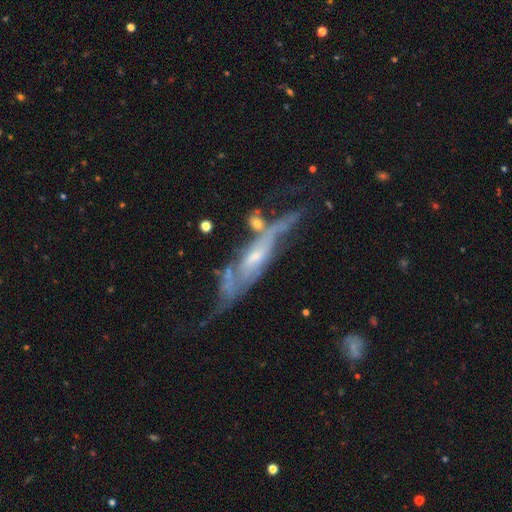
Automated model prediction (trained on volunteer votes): smooth-or-featured: featured or disk: 78% | smooth: 14% | star or artifact: 8%
  disk-edge-on: no: 52% | yes: 48%
  merging: none: 38% | minor disturbance: 24% | major disturbance: 23% | merger: 14%